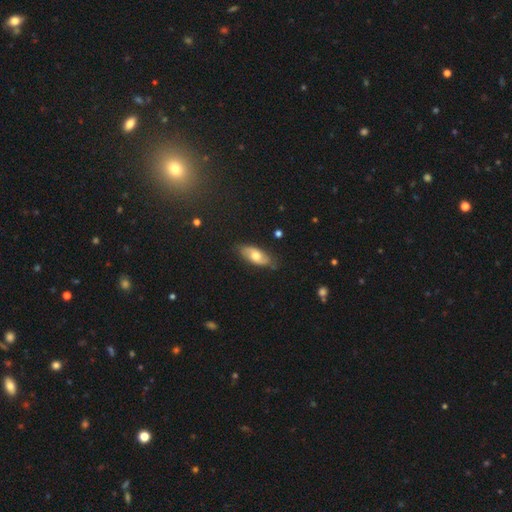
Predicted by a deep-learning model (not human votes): A featured or disk galaxy (47%, tied with smooth).

Vote fractions:
- Smooth or featured? featured or disk: 47% (tied) / smooth: 47% (tied) / star or artifact: 6%
- Merging? none: 79% / minor disturbance: 16% / major disturbance: 3% / merger: 1%